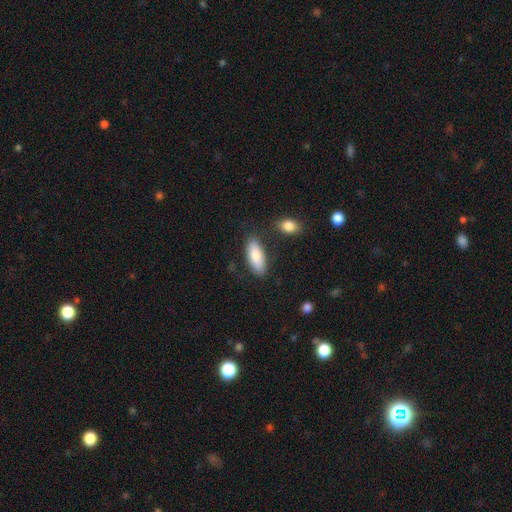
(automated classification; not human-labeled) A smooth galaxy with no disk features (84%) that is in between round and cigar-shaped (77%).

Vote fractions:
- Smooth or featured? smooth: 84% / featured or disk: 10% / star or artifact: 6%
- How rounded? in between: 77% / cigar-shaped: 21% / round: 2%
- Merging? none: 77% / minor disturbance: 13% / merger: 6% / major disturbance: 4%